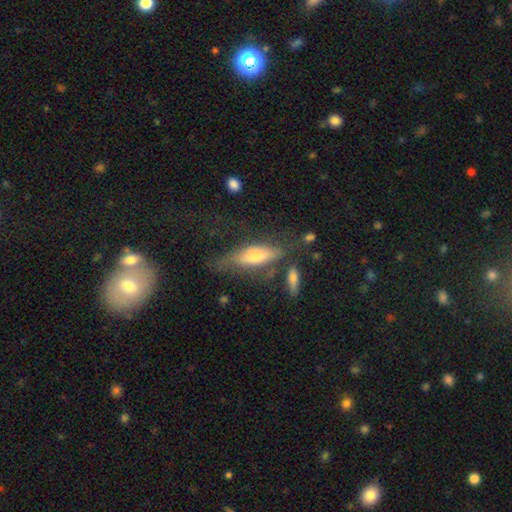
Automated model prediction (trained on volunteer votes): A smooth galaxy with no disk features (55%) that is in between round and cigar-shaped (49%, tied with cigar-shaped). Merging: none (45%).